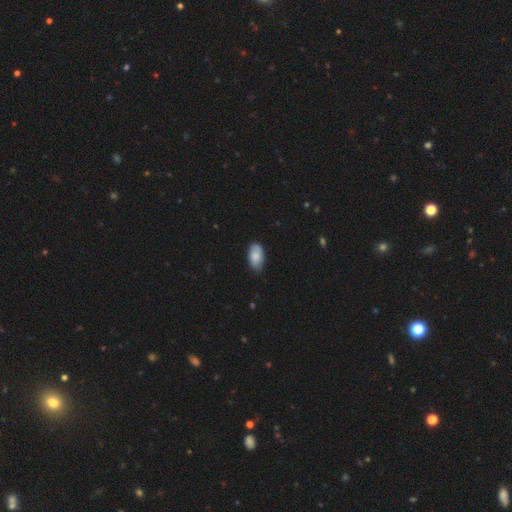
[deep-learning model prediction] Smooth or featured?
  - smooth: 81% *
  - featured or disk: 12%
  - star or artifact: 6%
How rounded?
  - in between: 94% *
  - round: 4%
  - cigar-shaped: 2%
Merging?
  - none: 78% *
  - minor disturbance: 18%
  - major disturbance: 3%
  - merger: 1%